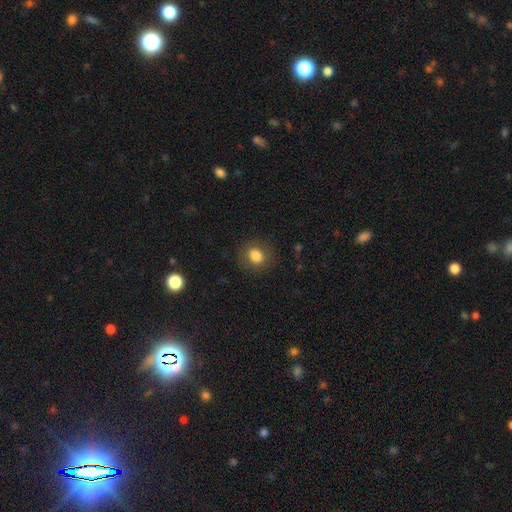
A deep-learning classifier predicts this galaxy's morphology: smooth 82%, star or artifact 10%, featured or disk 8%. Down the decision tree: how rounded — round (67%); merging — none (86%).